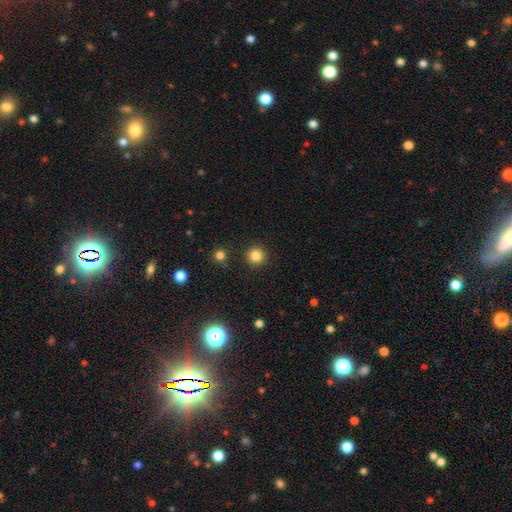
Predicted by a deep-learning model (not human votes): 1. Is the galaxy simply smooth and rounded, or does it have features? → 84% smooth, 12% star or artifact, 4% featured or disk.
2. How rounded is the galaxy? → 95% round, 4% in between, 1% cigar-shaped.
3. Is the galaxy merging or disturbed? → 92% none, 5% minor disturbance, 2% major disturbance, 2% merger.